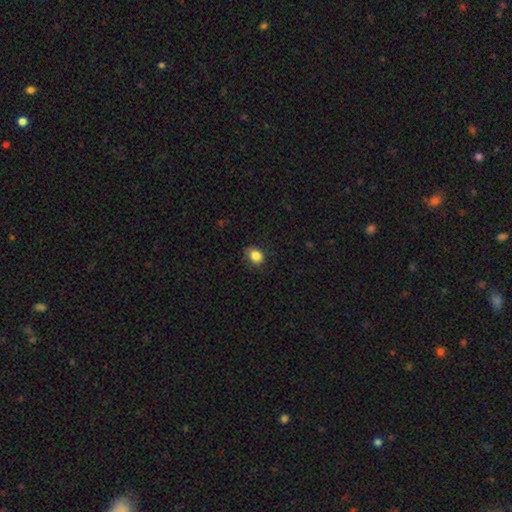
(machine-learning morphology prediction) smooth_or_featured: smooth (p=0.84) [alt: star or artifact p=0.09]
how_rounded: round (p=0.52) [alt: in between p=0.47]
merging: none (p=0.72) [alt: minor disturbance p=0.21]